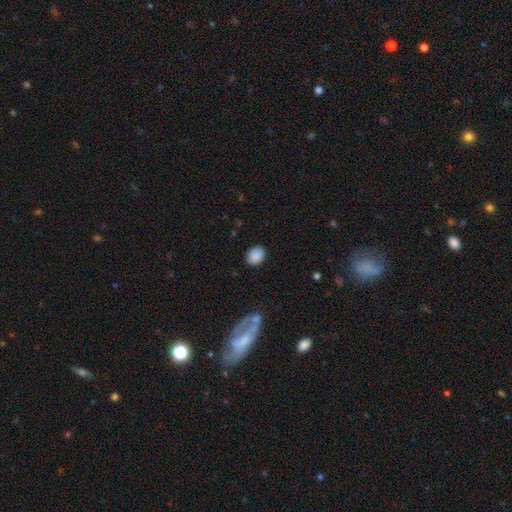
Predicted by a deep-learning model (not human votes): Smooth or featured? Predicted: smooth (p=0.88). How rounded? Predicted: in between (p=0.57). Merging? Predicted: none (p=0.86).